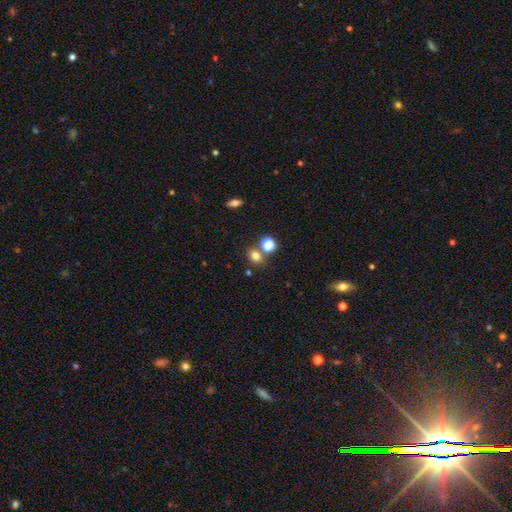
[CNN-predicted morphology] Smooth or featured?
  - smooth: 77% *
  - star or artifact: 15%
  - featured or disk: 8%
How rounded?
  - in between: 50% *
  - round: 48%
  - cigar-shaped: 2%
Merging?
  - none: 63% *
  - merger: 23%
  - minor disturbance: 10%
  - major disturbance: 4%